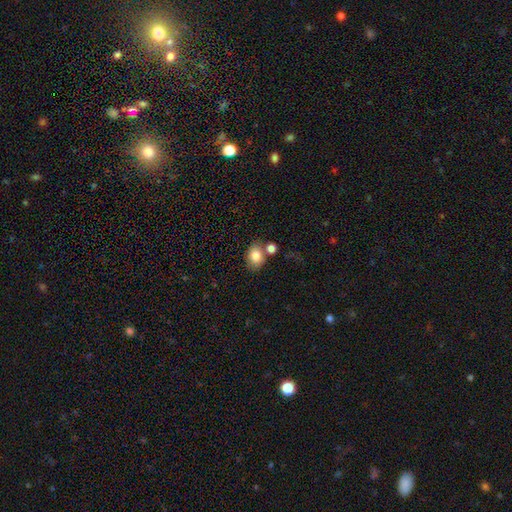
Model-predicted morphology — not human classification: Q: Smooth or featured?
A: smooth (81%); runner-up: featured or disk (10%)
Q: How rounded?
A: in between (65%); runner-up: round (34%)
Q: Merging?
A: none (62%); runner-up: merger (22%)